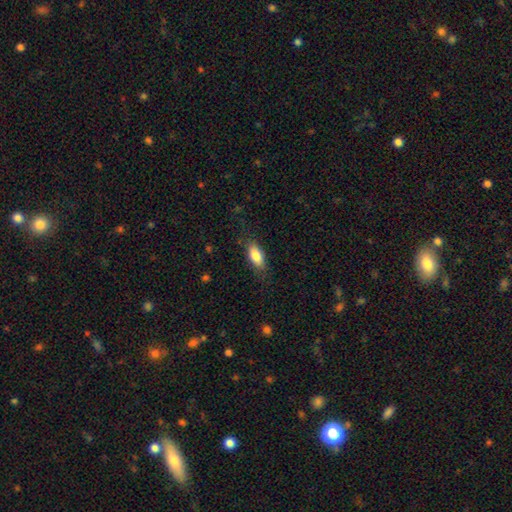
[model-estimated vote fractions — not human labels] This appears to be a smooth galaxy with no disk features (81%) that is in between round and cigar-shaped (83%). Merging: none (80%).